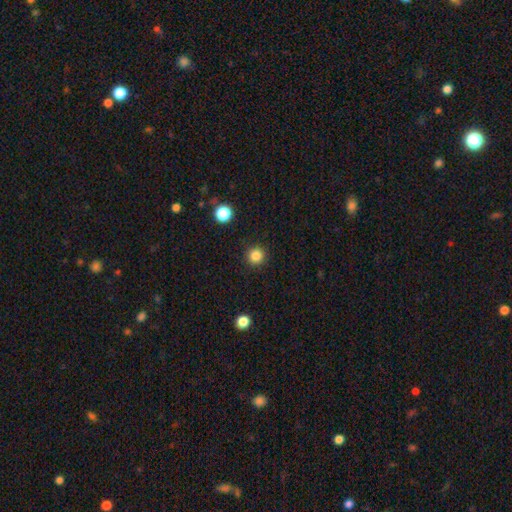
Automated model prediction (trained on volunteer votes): A smooth galaxy with no disk features (85%) that is round (95%). Merging: none (92%).